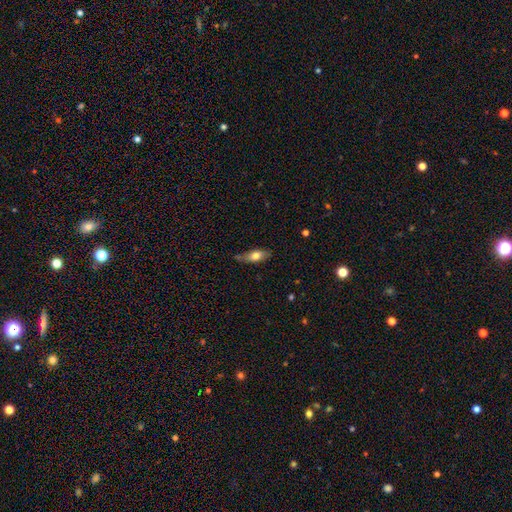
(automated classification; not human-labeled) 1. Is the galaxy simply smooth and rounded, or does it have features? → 69% smooth, 25% featured or disk, 7% star or artifact.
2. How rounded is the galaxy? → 66% in between, 31% cigar-shaped, 3% round.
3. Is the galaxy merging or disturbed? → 66% none, 24% minor disturbance, 5% merger, 5% major disturbance.